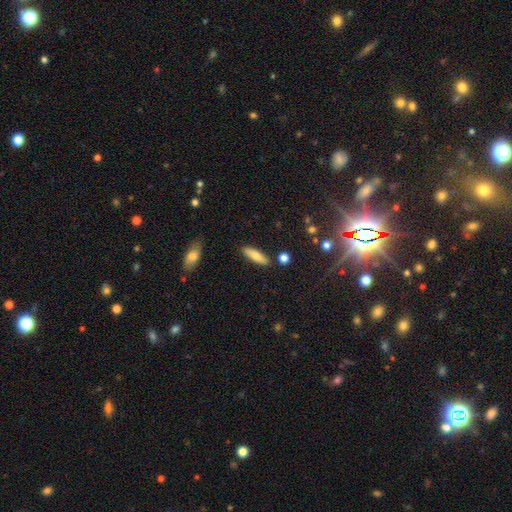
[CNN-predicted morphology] This is likely a smooth galaxy (72%). How rounded: likely cigar-shaped (60%). Merging: clearly none (86%).